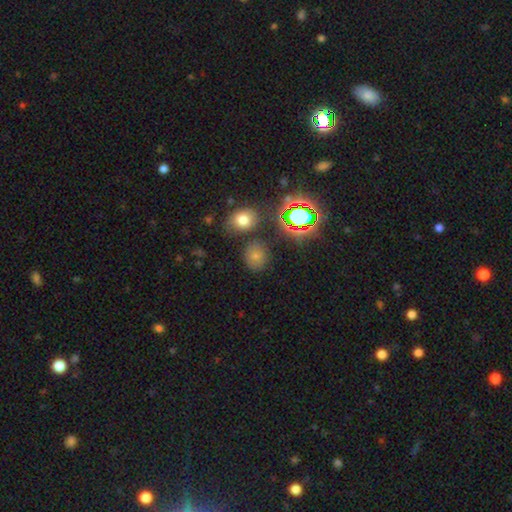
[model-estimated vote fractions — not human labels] smooth 66%, star or artifact 24%, featured or disk 9%. Down the decision tree: how rounded — round (63%); merging — none (77%).